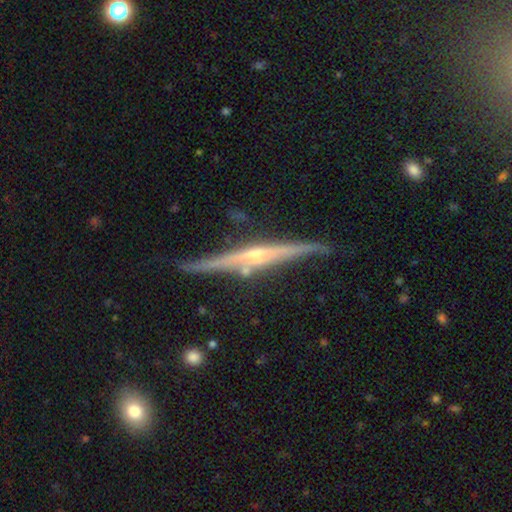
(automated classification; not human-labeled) Morphology: type=featured or disk (86%); edge-on=yes (98%); edge-on bulge=rounded (81%); merging=none (81%).